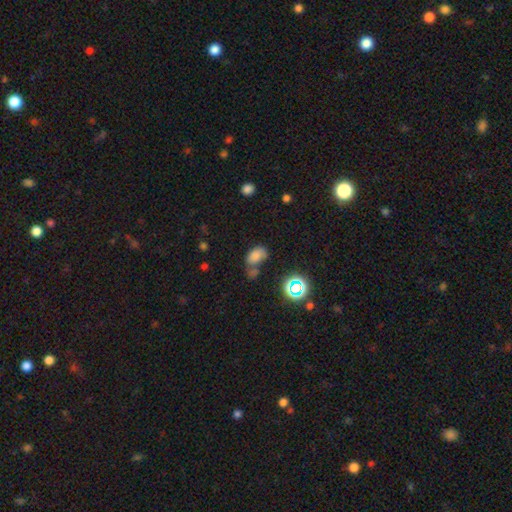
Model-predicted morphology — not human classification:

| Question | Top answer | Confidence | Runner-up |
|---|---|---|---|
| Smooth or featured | smooth | 71% | star or artifact (19%) |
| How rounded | in between | 86% | round (13%) |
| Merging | none | 40% | merger (28%) |